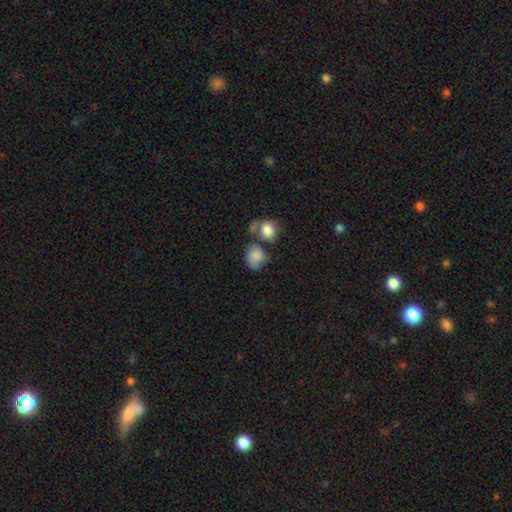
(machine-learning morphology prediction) A smooth galaxy with no disk features (77%) that is round (61%). Merging: merger (35%).